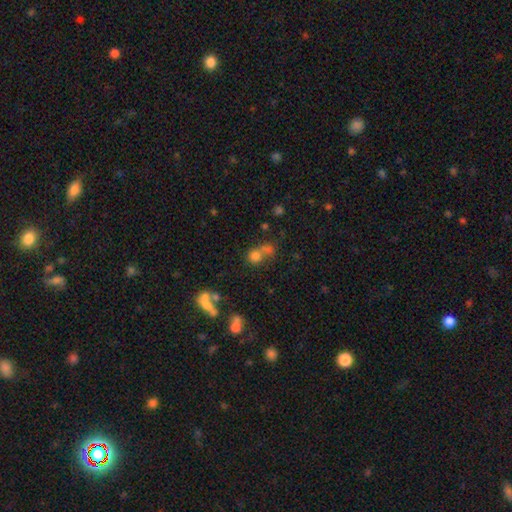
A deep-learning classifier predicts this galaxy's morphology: Q: Smooth or featured?
A: smooth (70%); runner-up: star or artifact (17%)
Q: How rounded?
A: round (80%); runner-up: in between (19%)
Q: Merging?
A: merger (44%); runner-up: none (40%)